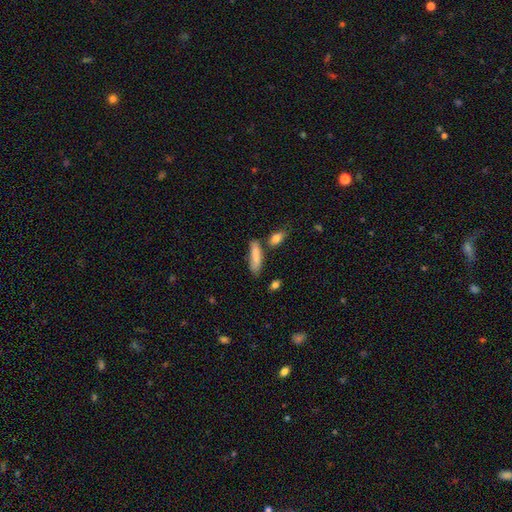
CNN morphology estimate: type=smooth (79%); roundness=cigar-shaped (58%); merging=none (65%).